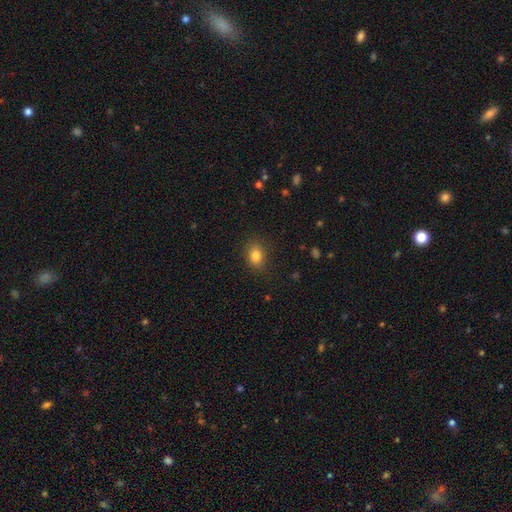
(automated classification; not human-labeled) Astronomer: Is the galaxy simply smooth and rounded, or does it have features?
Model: smooth — 82%.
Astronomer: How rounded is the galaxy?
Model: in between — 62% (runner-up: round, 37%).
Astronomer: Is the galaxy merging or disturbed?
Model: none — 86%.